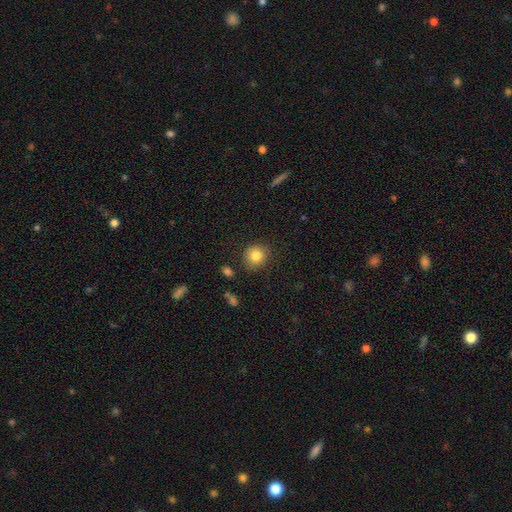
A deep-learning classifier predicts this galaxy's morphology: Smooth or featured?
  - smooth: 83% *
  - star or artifact: 10%
  - featured or disk: 7%
How rounded?
  - round: 89% *
  - in between: 10%
  - cigar-shaped: 1%
Merging?
  - none: 85% *
  - minor disturbance: 10%
  - major disturbance: 3%
  - merger: 2%